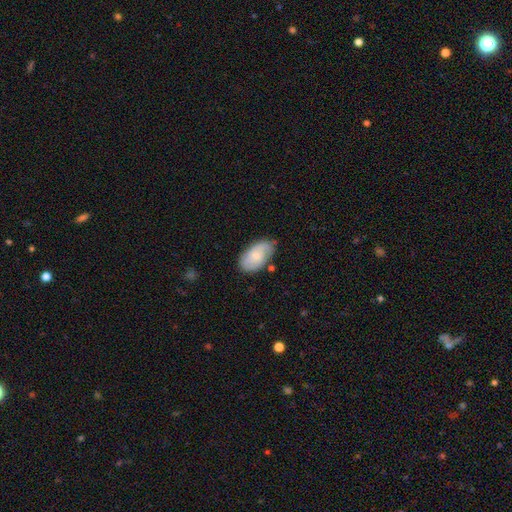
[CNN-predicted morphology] Smooth or featured? Predicted: smooth (p=0.61). How rounded? Predicted: in between (p=0.94). Merging? Predicted: none (p=0.67).